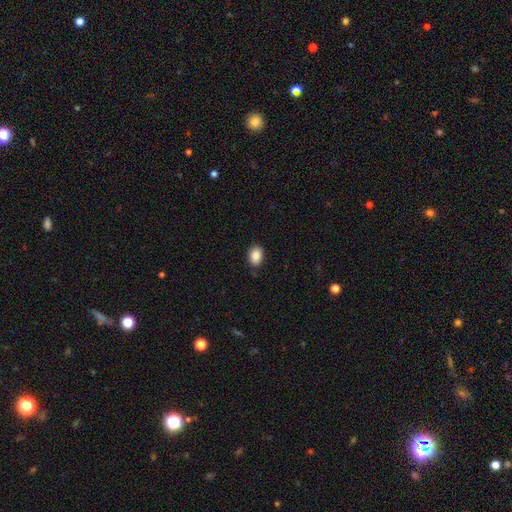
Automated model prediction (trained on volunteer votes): Smooth or featured: smooth — 89% (star or artifact — 8%)
How rounded: in between — 79% (round — 20%)
Merging: none — 82% (minor disturbance — 14%)